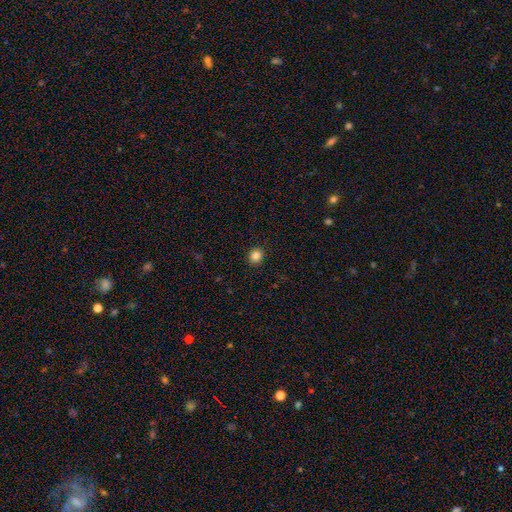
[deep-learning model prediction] Smooth or featured: smooth — 84% (star or artifact — 11%)
How rounded: round — 89% (in between — 10%)
Merging: none — 93% (minor disturbance — 5%)